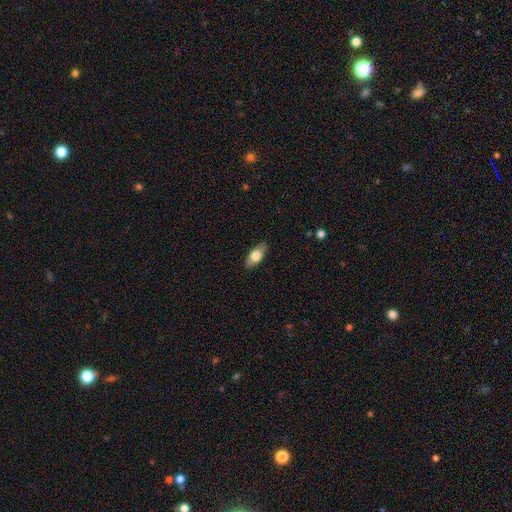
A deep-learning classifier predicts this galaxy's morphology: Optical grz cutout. It shows a smooth galaxy with no disk features (69%) that is in between round and cigar-shaped (84%). Merging: none (86%).